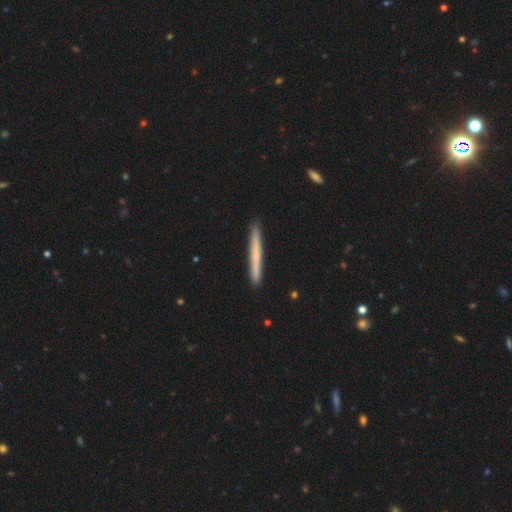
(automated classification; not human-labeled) smooth 57%, featured or disk 37%, star or artifact 6%. Down the decision tree: how rounded — cigar-shaped (97%); merging — none (91%).